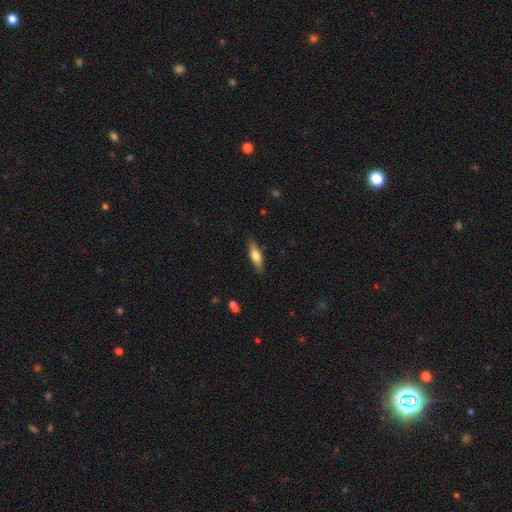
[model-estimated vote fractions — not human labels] smooth_or_featured: smooth (p=0.60) [alt: featured or disk p=0.34]
how_rounded: cigar-shaped (p=0.56) [alt: in between p=0.42]
merging: none (p=0.85) [alt: minor disturbance p=0.11]